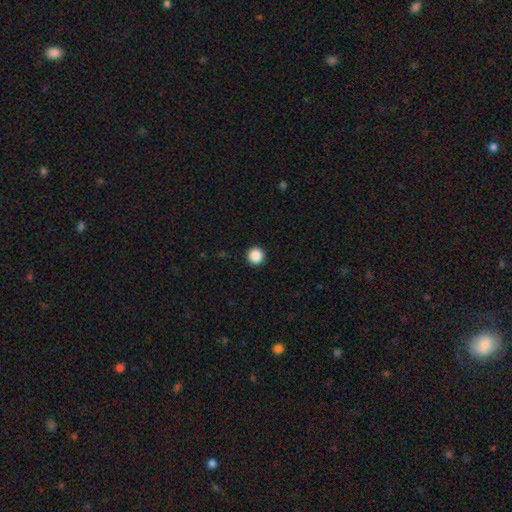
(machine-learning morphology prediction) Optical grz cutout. It shows a smooth galaxy with no disk features (88%) that is round (96%). Merging: none (93%).